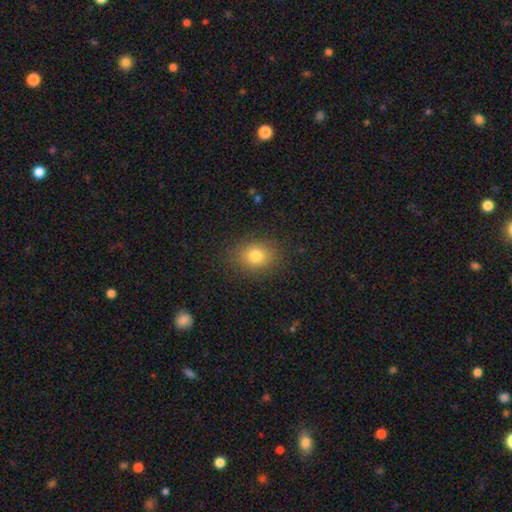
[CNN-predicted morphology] Smooth or featured? Predicted: smooth (p=0.80). How rounded? Predicted: round (p=0.53). Merging? Predicted: none (p=0.86).